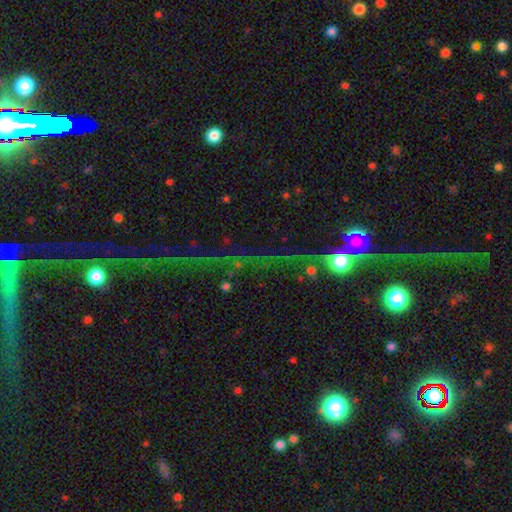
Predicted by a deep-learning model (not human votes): This appears to be a star or artifact, not a galaxy (68%).